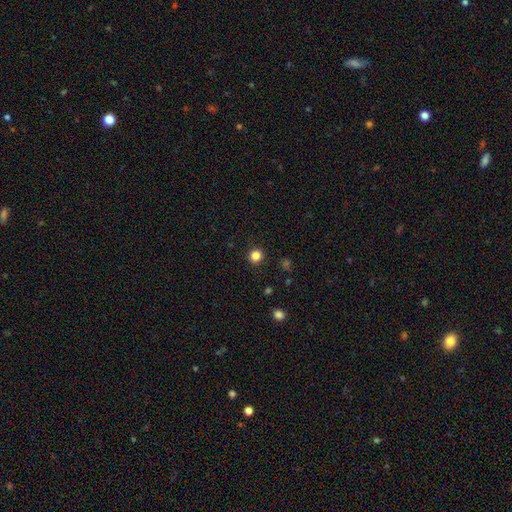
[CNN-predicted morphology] Smooth or featured? smooth (83%)
How rounded? round (93%)
Merging? none (92%)